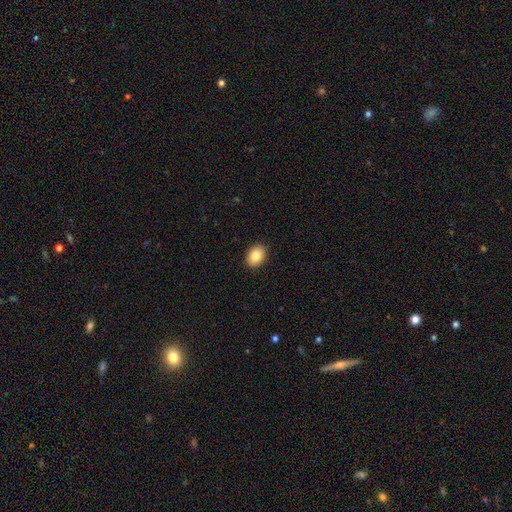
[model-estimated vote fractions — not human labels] A smooth galaxy with no disk features (87%) that is in between round and cigar-shaped (74%). Merging: none (90%).